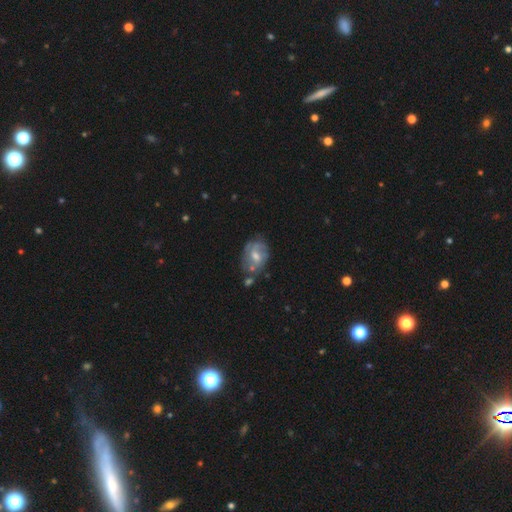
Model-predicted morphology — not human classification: Smooth or featured?
  - featured or disk: 60% *
  - smooth: 33%
  - star or artifact: 8%
Edge-on disk?
  - no: 96% *
  - yes: 4%
Bar?
  - weak: 47% *
  - no: 43%
  - strong: 10%
Spiral arms?
  - yes: 67% *
  - no: 33%
Bulge size?
  - moderate: 60% *
  - small: 32%
  - large: 4%
  - none: 3%
  - dominant: 1%
Merging?
  - none: 50% *
  - minor disturbance: 26%
  - merger: 13%
  - major disturbance: 11%